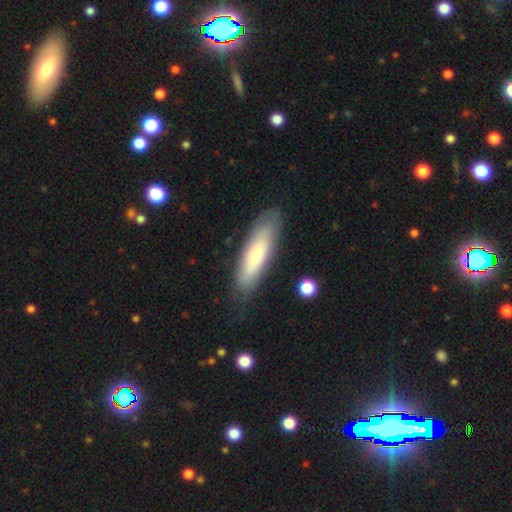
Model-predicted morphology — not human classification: Smooth or featured? smooth (74%)
How rounded? cigar-shaped (56%)
Merging? none (78%)